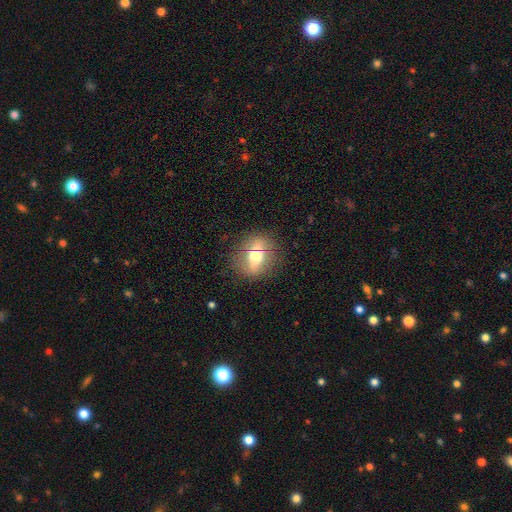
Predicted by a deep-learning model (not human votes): Smooth or featured: smooth — 52% (featured or disk — 37%)
How rounded: round — 58% (in between — 38%)
Merging: none — 80% (minor disturbance — 13%)